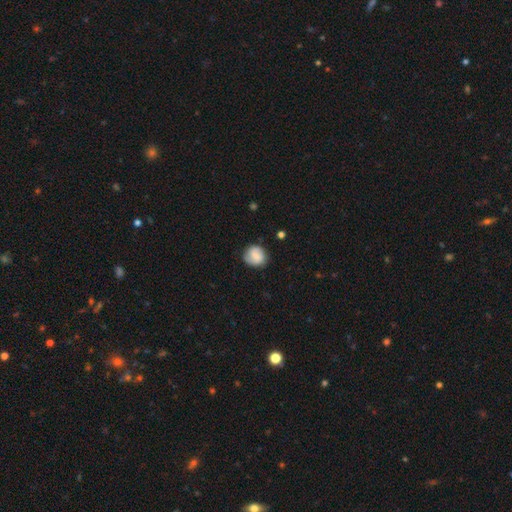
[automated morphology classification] Smooth or featured? Predicted: smooth (p=0.59). How rounded? Predicted: round (p=0.83). Merging? Predicted: none (p=0.78).